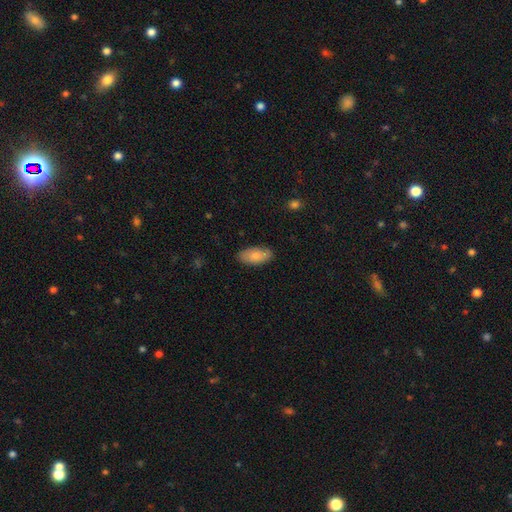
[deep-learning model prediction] Overall: smooth (82%). How rounded: in between (92%). Merging: none (84%).